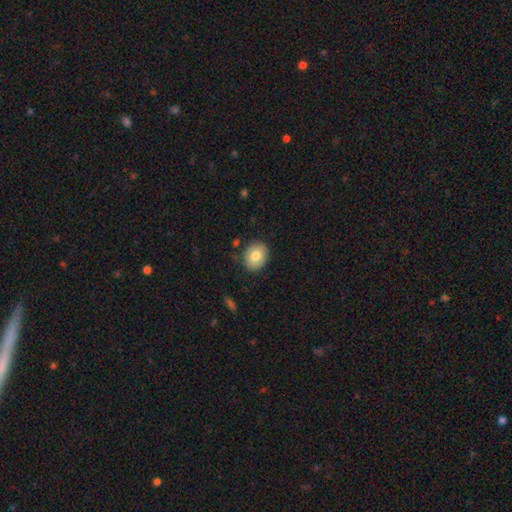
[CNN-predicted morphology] Smooth or featured? Predicted: smooth (p=0.78). How rounded? Predicted: round (p=0.62). Merging? Predicted: none (p=0.84).